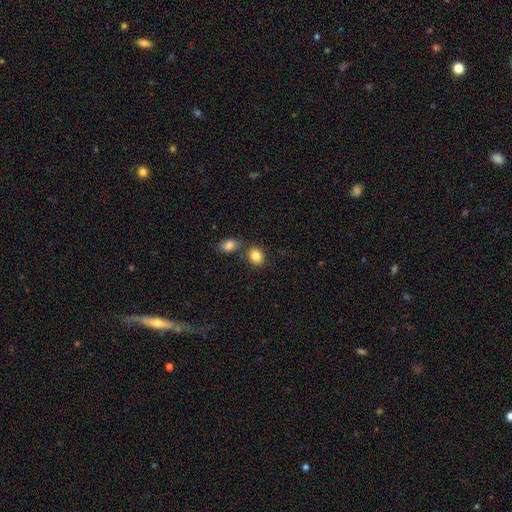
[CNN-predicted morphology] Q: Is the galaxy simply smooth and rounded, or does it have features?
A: smooth — 84%.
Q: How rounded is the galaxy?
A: in between — 55%.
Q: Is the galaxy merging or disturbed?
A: none — 69%.